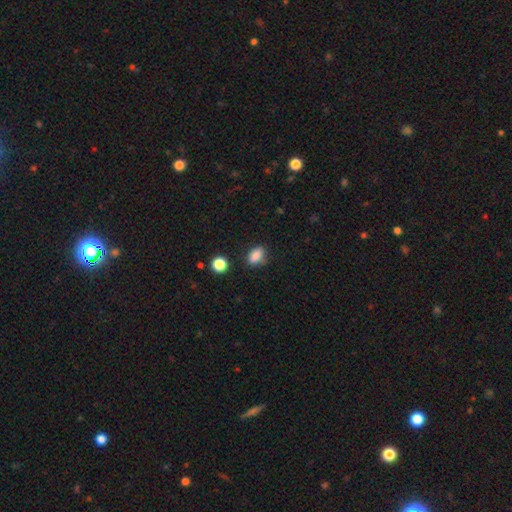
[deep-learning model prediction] A smooth galaxy with no disk features (86%) that is in between round and cigar-shaped (81%).

Vote fractions:
- Smooth or featured? smooth: 86% / star or artifact: 10% / featured or disk: 4%
- How rounded? in between: 81% / round: 16% / cigar-shaped: 3%
- Merging? none: 76% / minor disturbance: 17% / major disturbance: 4% / merger: 3%